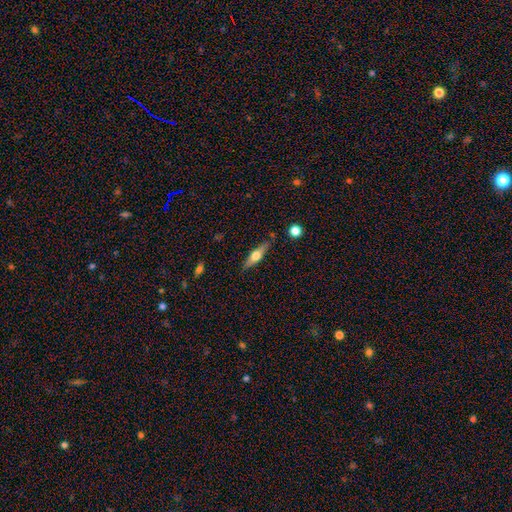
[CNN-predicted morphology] smooth-or-featured: featured or disk: 52% | smooth: 42% | star or artifact: 6%
  disk-edge-on: yes: 92% | no: 8%
  merging: none: 83% | minor disturbance: 12% | merger: 3% | major disturbance: 3%